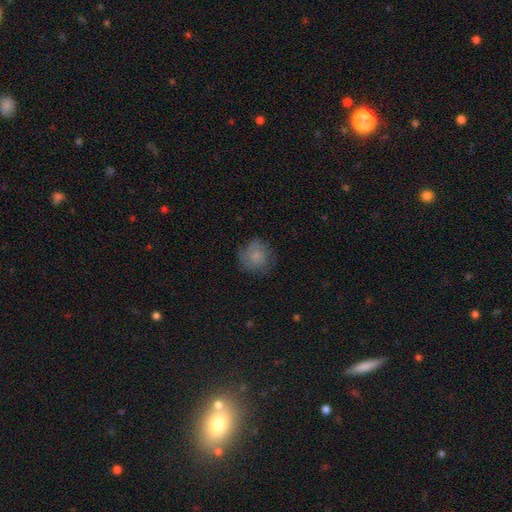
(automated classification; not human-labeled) smooth-or-featured: smooth: 71% | featured or disk: 21% | star or artifact: 9%
  how-rounded: round: 86% | in between: 13% | cigar-shaped: 1%
  merging: none: 69% | minor disturbance: 21% | major disturbance: 8% | merger: 1%